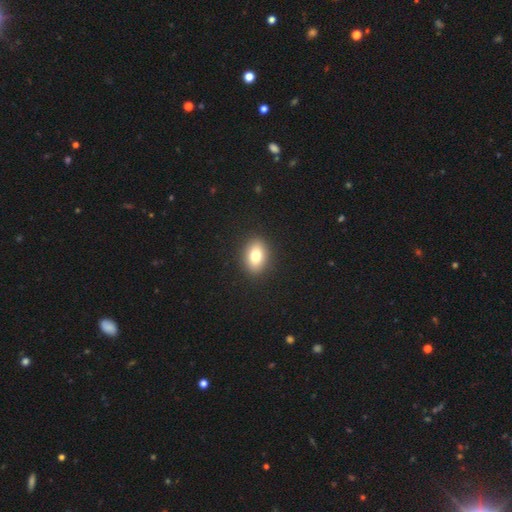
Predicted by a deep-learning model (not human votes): Q: Smooth or featured?
A: smooth (78%); runner-up: featured or disk (12%)
Q: How rounded?
A: in between (75%); runner-up: round (23%)
Q: Merging?
A: none (90%); runner-up: minor disturbance (7%)